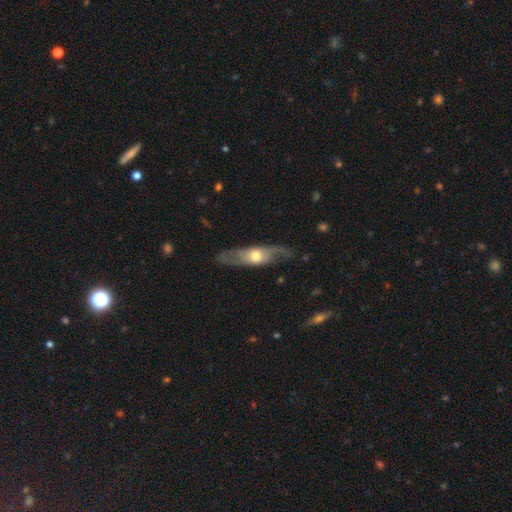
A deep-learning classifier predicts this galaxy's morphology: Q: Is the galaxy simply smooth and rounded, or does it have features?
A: featured or disk — 61%.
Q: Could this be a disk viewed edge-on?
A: no — 56%.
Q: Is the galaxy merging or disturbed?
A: none — 70%.